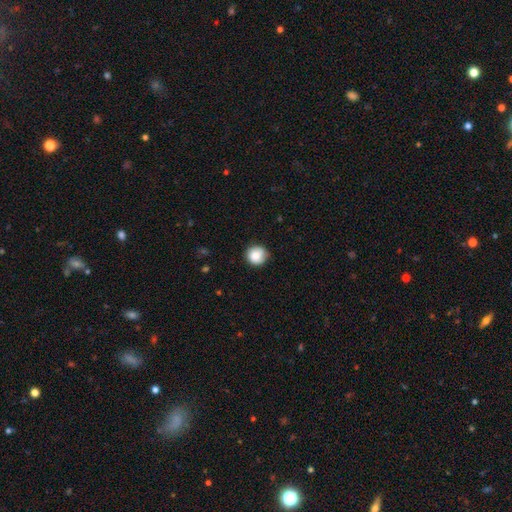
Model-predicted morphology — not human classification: Smooth or featured? Predicted: smooth (p=0.84). How rounded? Predicted: round (p=0.92). Merging? Predicted: none (p=0.81).